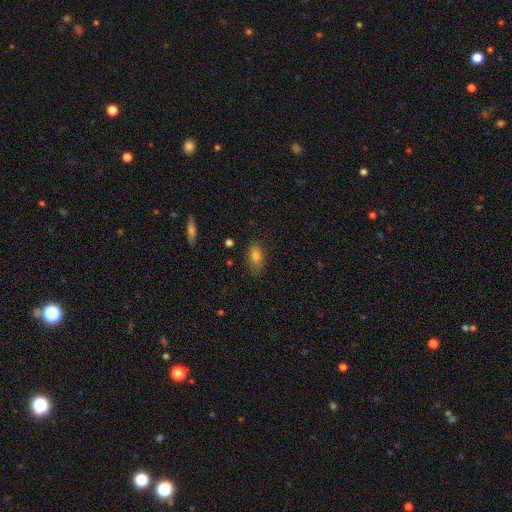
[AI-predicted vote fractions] smooth 79%, featured or disk 11%, star or artifact 9%. Down the decision tree: how rounded — in between (85%); merging — none (79%).